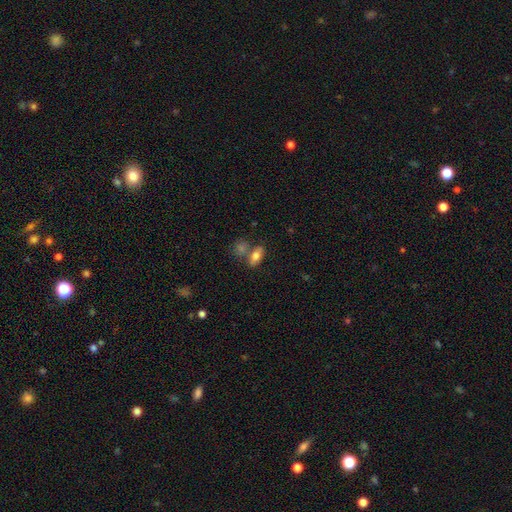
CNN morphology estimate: smooth 75%, featured or disk 17%, star or artifact 8%. Down the decision tree: how rounded — in between (83%); merging — none (59%).